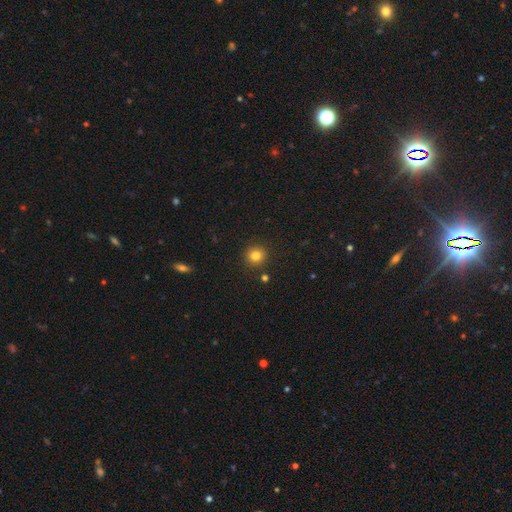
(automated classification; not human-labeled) The model was most divided on "smooth or featured": smooth: 82%, star or artifact: 13%, featured or disk: 6%. More confident: how rounded — round (93%); merging — none (89%).